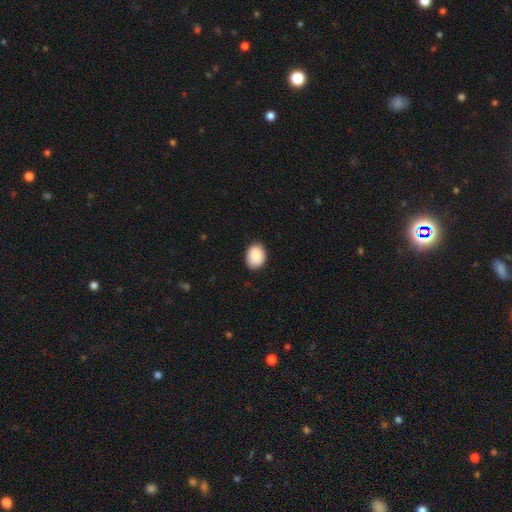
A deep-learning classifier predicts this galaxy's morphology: smooth_or_featured: smooth (p=0.90) [alt: star or artifact p=0.07]
how_rounded: in between (p=0.69) [alt: round p=0.30]
merging: none (p=0.87) [alt: minor disturbance p=0.10]